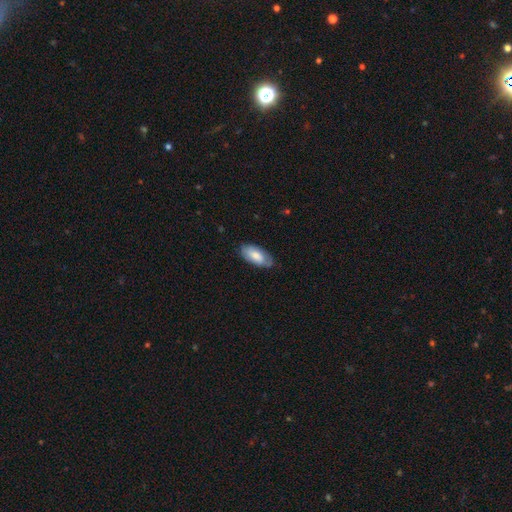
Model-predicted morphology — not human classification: smooth_or_featured: smooth (p=0.73) [alt: featured or disk p=0.21]
how_rounded: in between (p=0.92) [alt: cigar-shaped p=0.06]
merging: none (p=0.74) [alt: minor disturbance p=0.21]